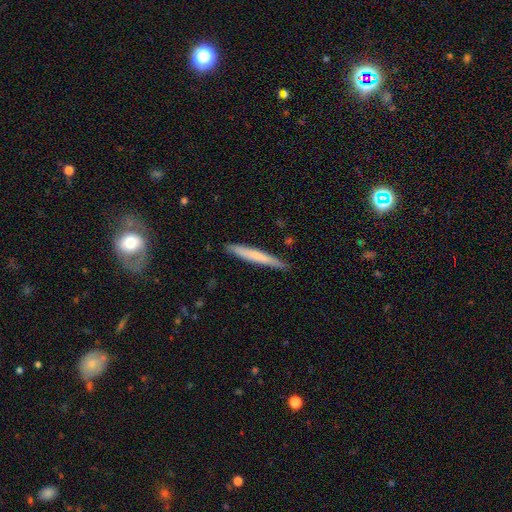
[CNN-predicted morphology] smooth-or-featured: smooth: 66% | featured or disk: 29% | star or artifact: 5%
  how-rounded: cigar-shaped: 96% | in between: 3% | round: 1%
  merging: none: 88% | minor disturbance: 9% | major disturbance: 1% | merger: 1%